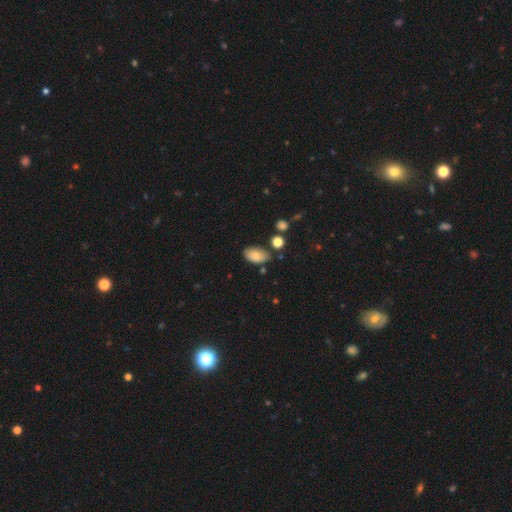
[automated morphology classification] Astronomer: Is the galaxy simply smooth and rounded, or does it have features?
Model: smooth — 81%.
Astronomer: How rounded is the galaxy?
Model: in between — 93%.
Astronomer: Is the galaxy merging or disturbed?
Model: none — 72%.